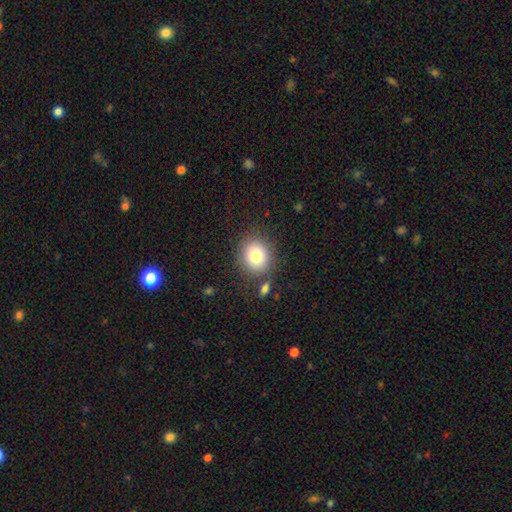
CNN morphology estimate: The model was most divided on "how rounded": round: 82%, in between: 17%, cigar-shaped: 1%. More confident: merging — none (80%); smooth or featured — smooth (79%).